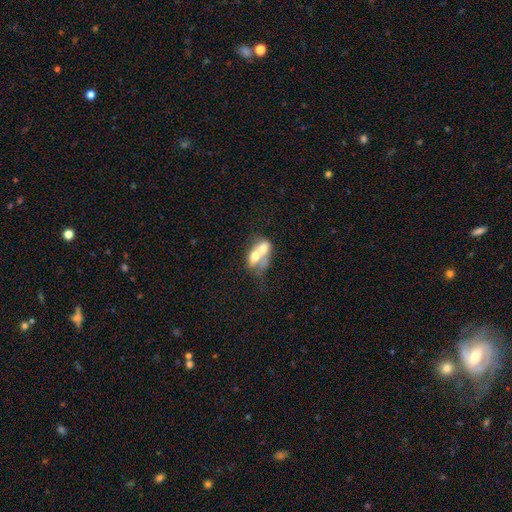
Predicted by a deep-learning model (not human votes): Q: Smooth or featured?
A: smooth (58%); runner-up: featured or disk (34%)
Q: How rounded?
A: in between (71%); runner-up: round (26%)
Q: Merging?
A: merger (78%); runner-up: none (11%)